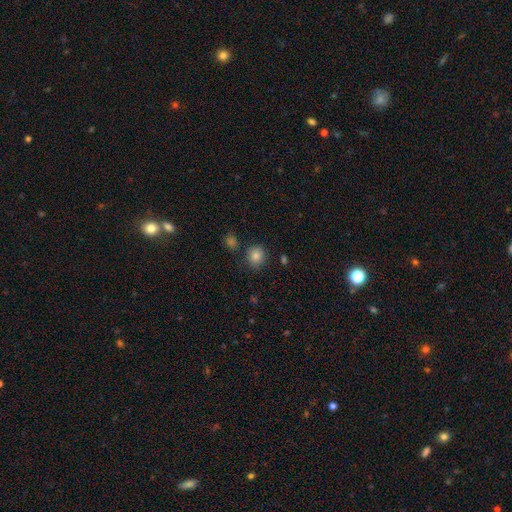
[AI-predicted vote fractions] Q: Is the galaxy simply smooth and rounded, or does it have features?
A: smooth — 83%.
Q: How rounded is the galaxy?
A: round — 84%.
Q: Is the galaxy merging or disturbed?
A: none — 81%.